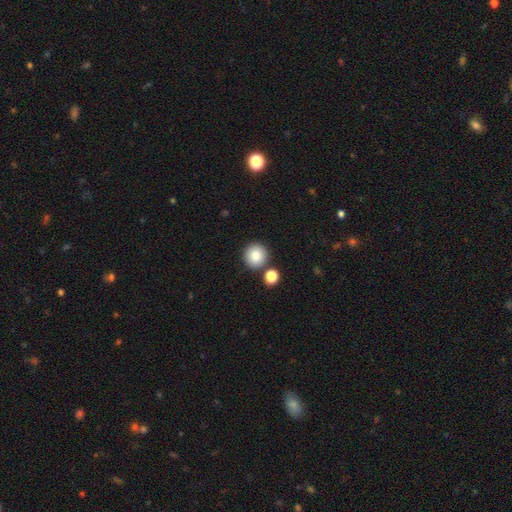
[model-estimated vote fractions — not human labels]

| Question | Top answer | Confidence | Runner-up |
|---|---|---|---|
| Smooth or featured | smooth | 85% | star or artifact (9%) |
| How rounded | round | 93% | in between (6%) |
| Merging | none | 81% | merger (10%) |